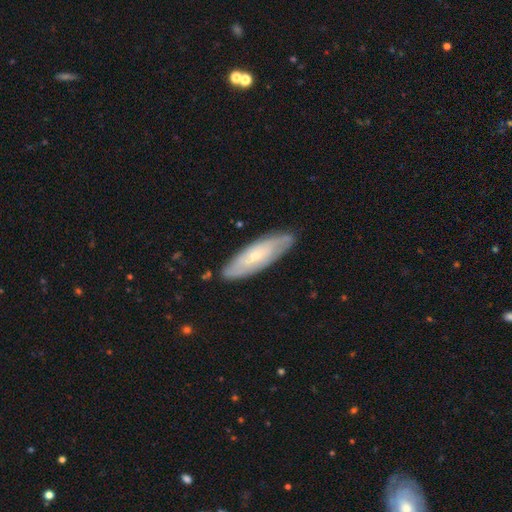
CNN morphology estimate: type=featured or disk (59%); edge-on=no (74%); merging=none (84%).